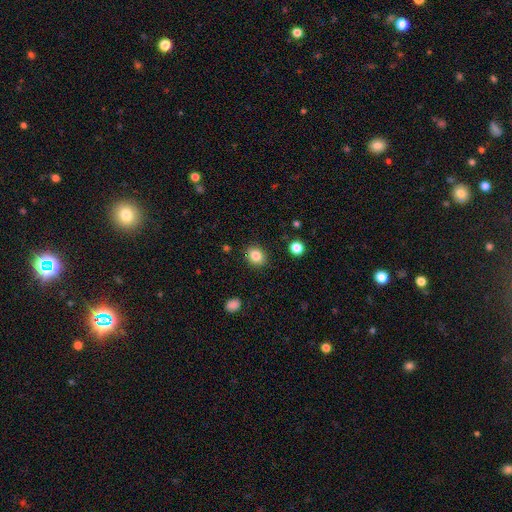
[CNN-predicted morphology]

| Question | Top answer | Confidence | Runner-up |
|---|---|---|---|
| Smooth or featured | smooth | 85% | star or artifact (10%) |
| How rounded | round | 59% | in between (40%) |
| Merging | none | 88% | minor disturbance (8%) |